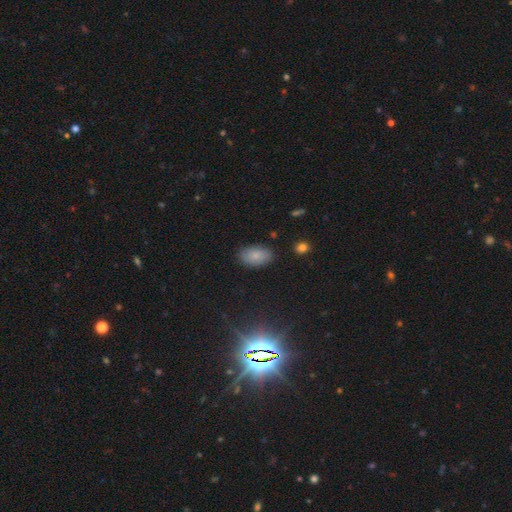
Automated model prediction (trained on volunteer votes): The model was most divided on "smooth or featured": smooth: 82%, featured or disk: 9%, star or artifact: 9%. More confident: how rounded — in between (92%); merging — none (84%).